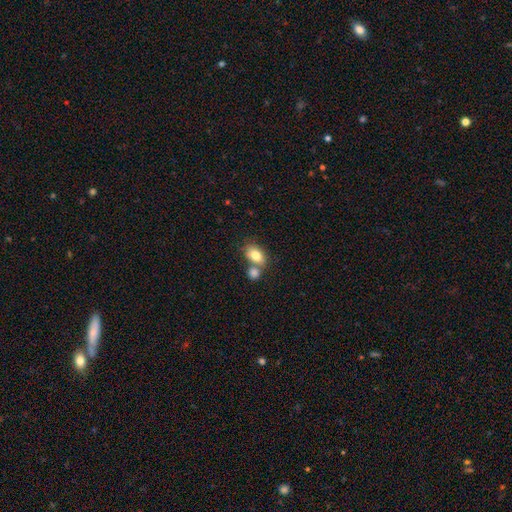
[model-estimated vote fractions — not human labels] This is clearly a smooth galaxy (80%). How rounded: clearly in between (82%). Merging: possibly none (47%).